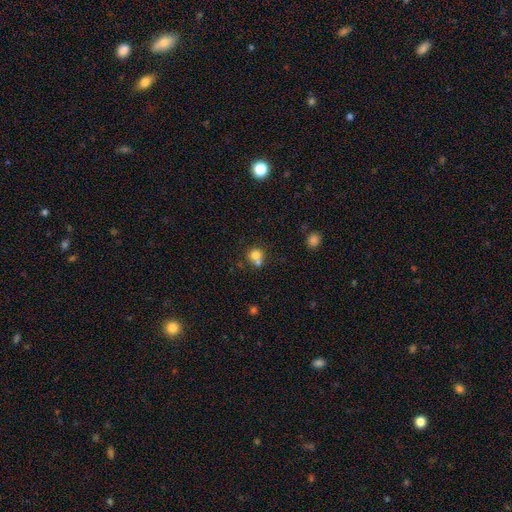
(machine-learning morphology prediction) smooth-or-featured: smooth: 76% | star or artifact: 12% | featured or disk: 12%
  how-rounded: round: 86% | in between: 13% | cigar-shaped: 1%
  merging: none: 47% | merger: 42% | minor disturbance: 8% | major disturbance: 3%